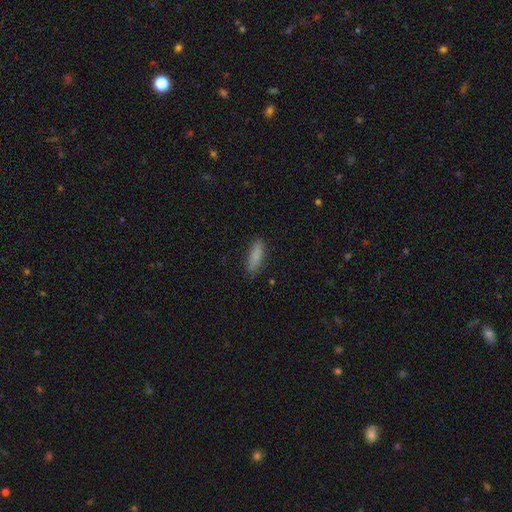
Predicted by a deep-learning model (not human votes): Smooth or featured?
  - smooth: 85% *
  - featured or disk: 7%
  - star or artifact: 7%
How rounded?
  - cigar-shaped: 61% *
  - in between: 37%
  - round: 2%
Merging?
  - none: 85% *
  - minor disturbance: 11%
  - major disturbance: 2%
  - merger: 1%